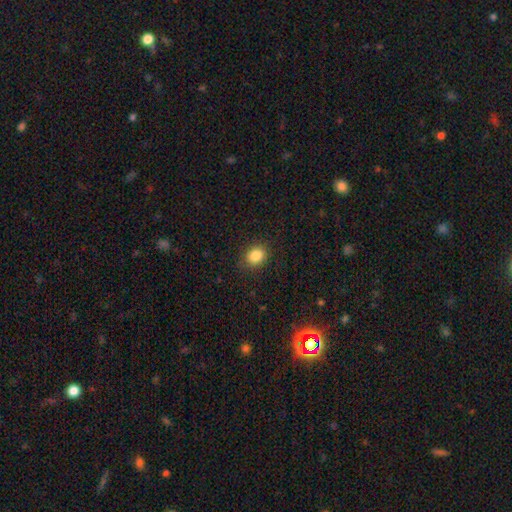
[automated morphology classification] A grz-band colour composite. It shows a smooth galaxy with no disk features (85%) that is round (50%). Merging: none (87%).